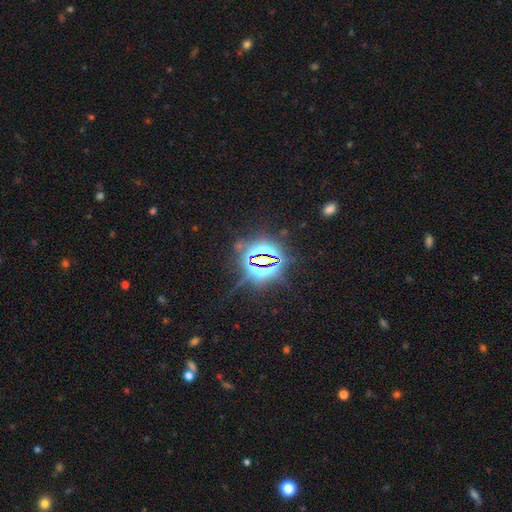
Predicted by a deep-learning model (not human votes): A star or artifact, not a galaxy (85%).

Vote fractions:
- Smooth or featured? star or artifact: 85% / smooth: 8% / featured or disk: 7%